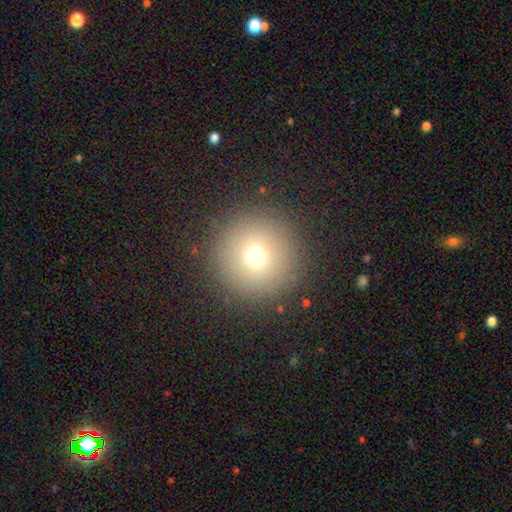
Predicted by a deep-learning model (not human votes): Morphology: type=smooth (71%); roundness=round (97%); merging=none (91%).